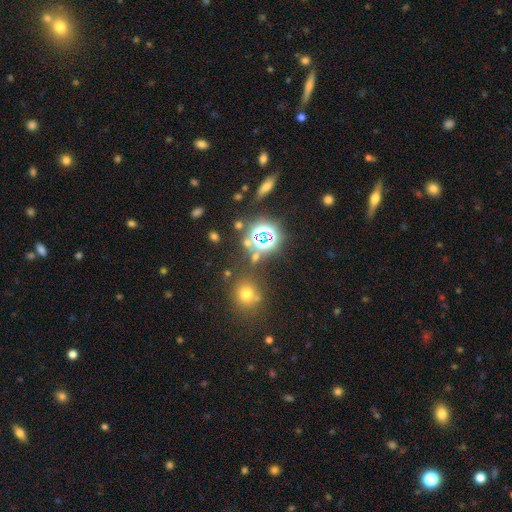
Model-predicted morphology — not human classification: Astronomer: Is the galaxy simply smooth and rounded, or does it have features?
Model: star or artifact — 58%.